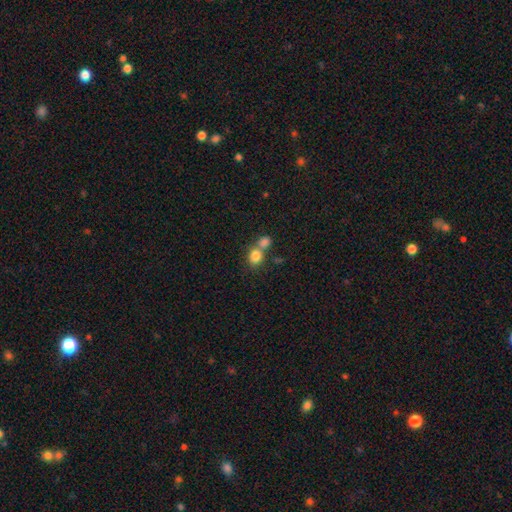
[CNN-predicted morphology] A smooth galaxy with no disk features (82%) that is round (69%).

Vote fractions:
- Smooth or featured? smooth: 82% / star or artifact: 10% / featured or disk: 8%
- How rounded? round: 69% / in between: 29% / cigar-shaped: 1%
- Merging? merger: 48% / none: 41% / minor disturbance: 8% / major disturbance: 4%